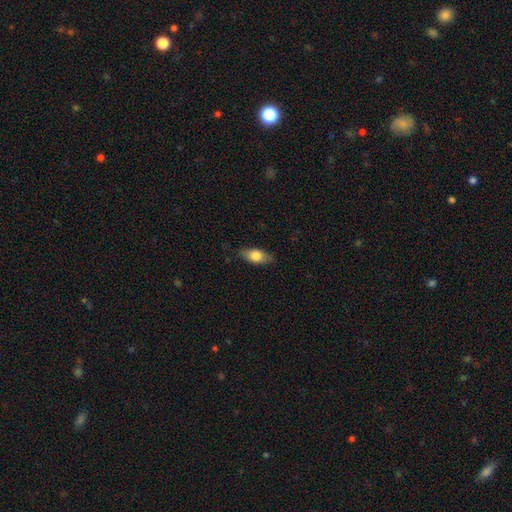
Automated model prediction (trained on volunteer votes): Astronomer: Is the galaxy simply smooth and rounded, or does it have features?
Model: smooth — 73%.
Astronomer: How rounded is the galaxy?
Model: in between — 84%.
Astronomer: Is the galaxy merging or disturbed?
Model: none — 81%.